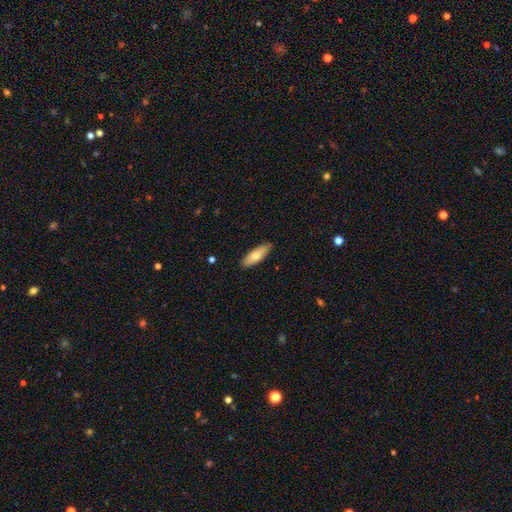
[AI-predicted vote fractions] Smooth or featured? smooth (69%)
How rounded? in between (63%)
Merging? none (87%)